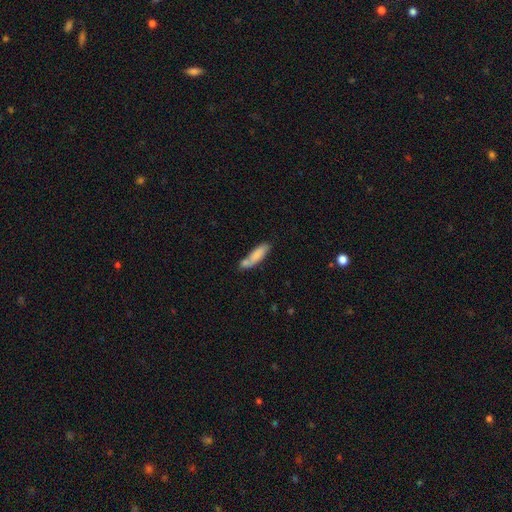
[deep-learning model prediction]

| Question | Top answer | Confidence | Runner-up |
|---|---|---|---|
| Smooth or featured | smooth | 80% | featured or disk (14%) |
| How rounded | cigar-shaped | 63% | in between (35%) |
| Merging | none | 52% | merger (25%) |